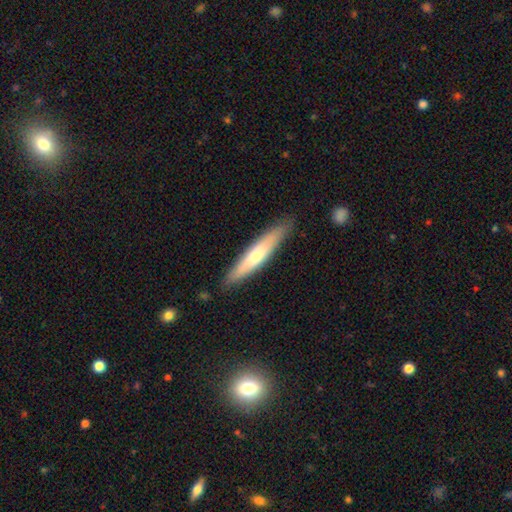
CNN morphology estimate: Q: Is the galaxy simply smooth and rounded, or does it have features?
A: smooth — 60%.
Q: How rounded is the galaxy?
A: cigar-shaped — 90%.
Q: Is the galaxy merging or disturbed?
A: none — 86%.